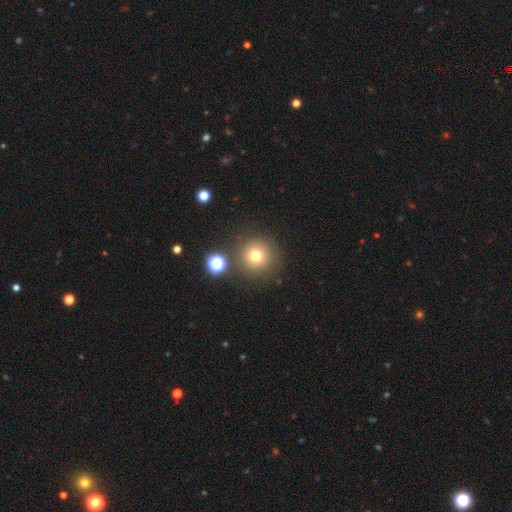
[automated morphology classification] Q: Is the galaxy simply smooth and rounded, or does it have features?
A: smooth — 74%.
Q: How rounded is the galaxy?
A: round — 95%.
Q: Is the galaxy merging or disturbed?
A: none — 82%.